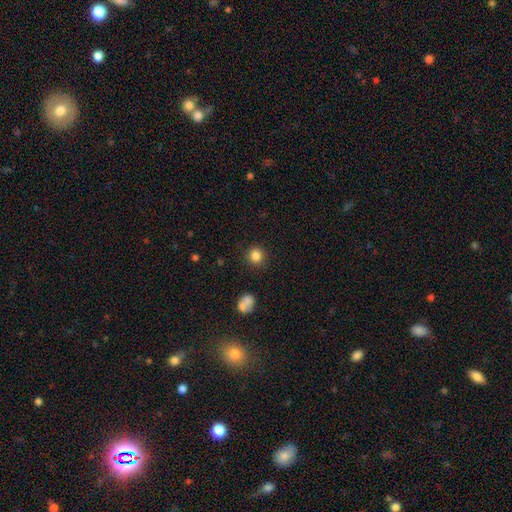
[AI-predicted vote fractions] Q: Smooth or featured?
A: smooth (83%); runner-up: star or artifact (11%)
Q: How rounded?
A: round (89%); runner-up: in between (10%)
Q: Merging?
A: none (88%); runner-up: minor disturbance (7%)